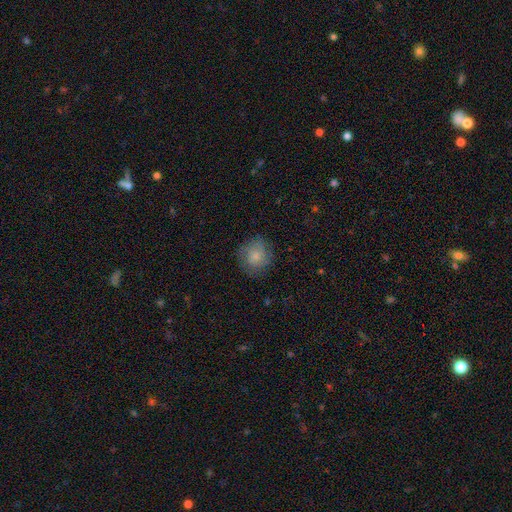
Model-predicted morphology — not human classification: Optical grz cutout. It shows a smooth galaxy with no disk features (75%) that is round (86%). Merging: none (77%).